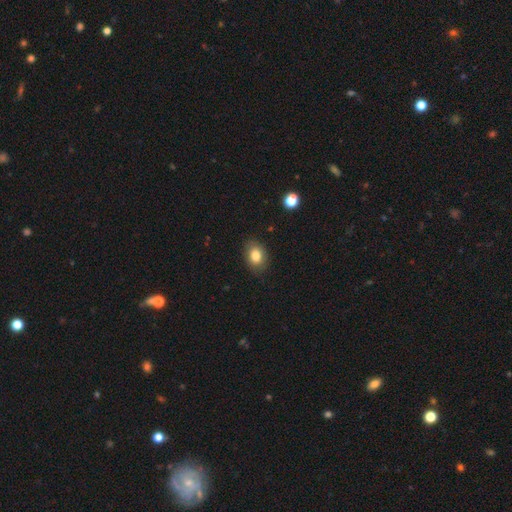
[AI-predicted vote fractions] This is clearly a smooth galaxy (83%). How rounded: likely in between (71%). Merging: clearly none (84%).